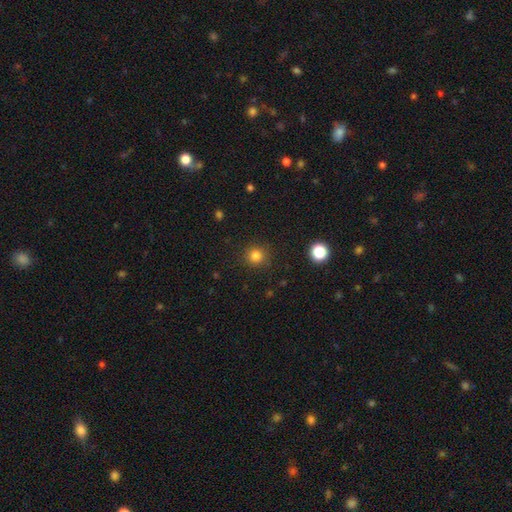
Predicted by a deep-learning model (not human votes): smooth_or_featured: smooth (p=0.82) [alt: star or artifact p=0.13]
how_rounded: round (p=0.93) [alt: in between p=0.06]
merging: none (p=0.89) [alt: minor disturbance p=0.07]